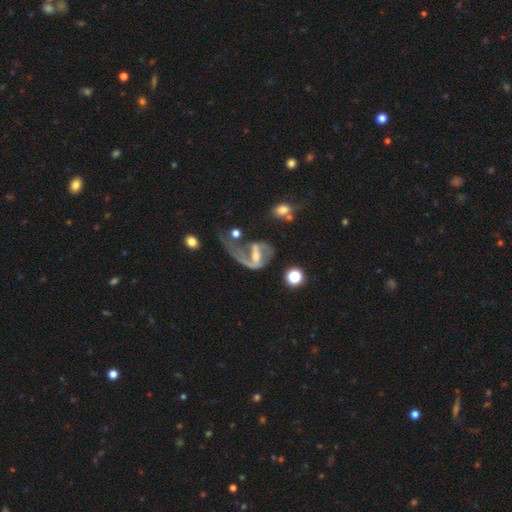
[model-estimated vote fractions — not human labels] featured or disk 82%, smooth 11%, star or artifact 7%. Down the decision tree: edge-on disk — no (96%); bar — strong (49%); spiral arms — yes (85%); spiral arm count — 2 (53%); spiral winding — loose (59%); bulge size — small (48%); merging — major disturbance (49%).